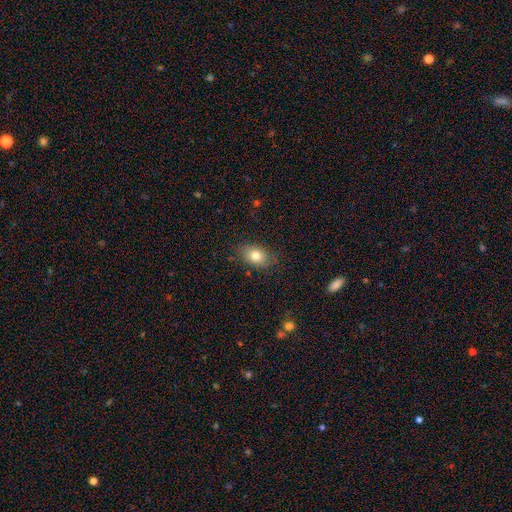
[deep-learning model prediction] smooth_or_featured: smooth (p=0.80) [alt: featured or disk p=0.10]
how_rounded: in between (p=0.79) [alt: round p=0.19]
merging: none (p=0.82) [alt: minor disturbance p=0.14]